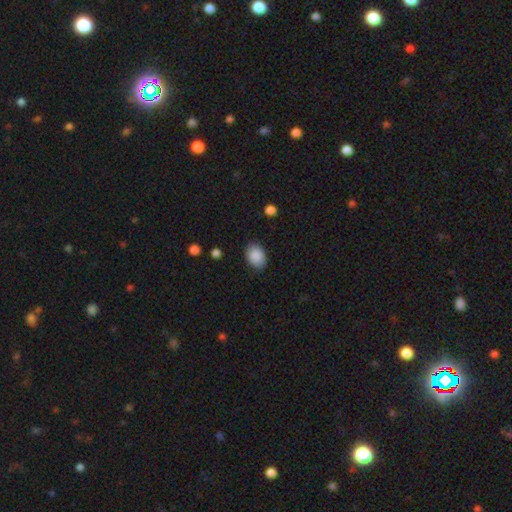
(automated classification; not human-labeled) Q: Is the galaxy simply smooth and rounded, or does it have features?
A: smooth — 89%.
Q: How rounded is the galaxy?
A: in between — 76%.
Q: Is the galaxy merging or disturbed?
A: none — 83%.